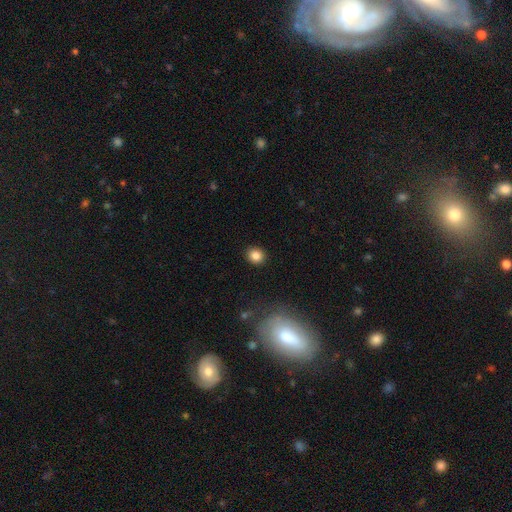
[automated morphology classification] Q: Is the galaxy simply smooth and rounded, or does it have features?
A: smooth — 85%.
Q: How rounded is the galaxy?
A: round — 78%.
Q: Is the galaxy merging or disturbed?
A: none — 90%.